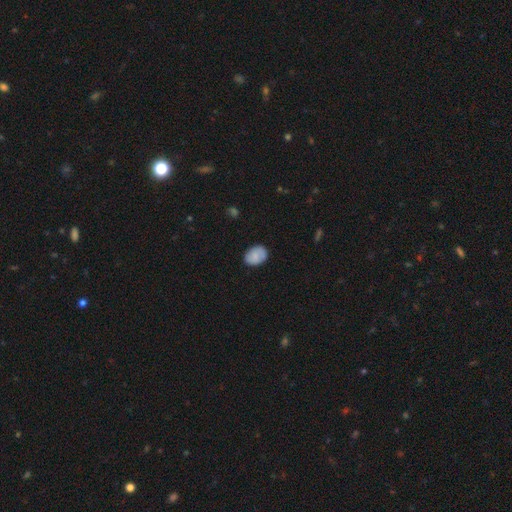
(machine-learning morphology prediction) type=smooth (78%); roundness=in between (69%); merging=none (82%).